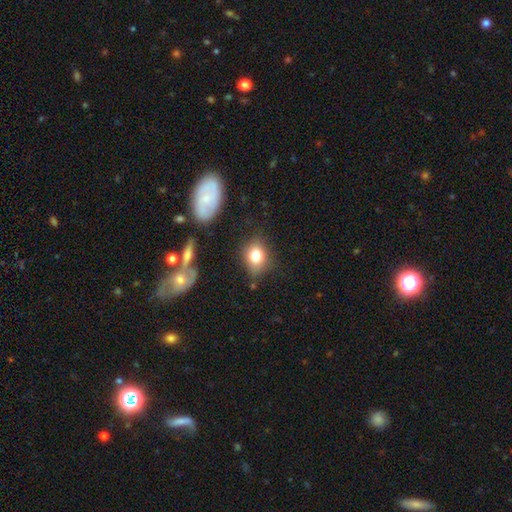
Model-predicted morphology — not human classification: Smooth or featured? smooth (78%)
How rounded? round (50%)
Merging? none (75%)